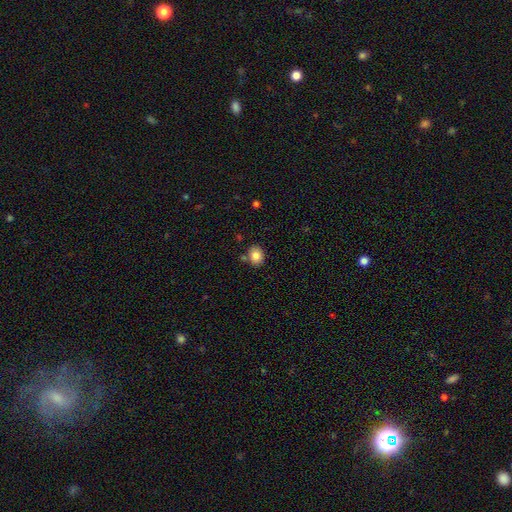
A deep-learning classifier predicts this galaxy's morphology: Smooth or featured: smooth — 83% (star or artifact — 9%)
How rounded: in between — 51% (round — 48%)
Merging: none — 78% (minor disturbance — 12%)